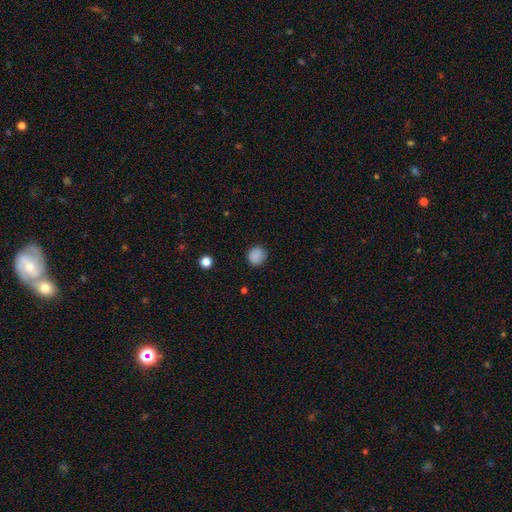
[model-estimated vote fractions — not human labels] smooth_or_featured: smooth (p=0.86) [alt: star or artifact p=0.10]
how_rounded: round (p=0.88) [alt: in between p=0.11]
merging: none (p=0.86) [alt: minor disturbance p=0.11]